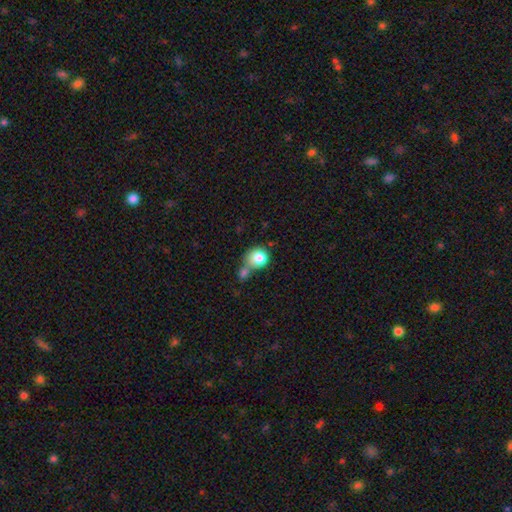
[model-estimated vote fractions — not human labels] A smooth galaxy with no disk features (75%) that is round (83%).

Vote fractions:
- Smooth or featured? smooth: 75% / star or artifact: 14% / featured or disk: 11%
- How rounded? round: 83% / in between: 16% / cigar-shaped: 1%
- Merging? none: 54% / merger: 25% / minor disturbance: 14% / major disturbance: 6%